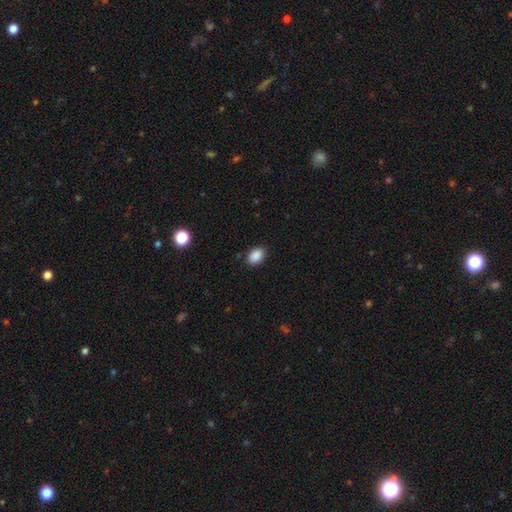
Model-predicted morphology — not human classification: smooth_or_featured: smooth (p=0.89) [alt: star or artifact p=0.09]
how_rounded: in between (p=0.78) [alt: round p=0.21]
merging: none (p=0.87) [alt: minor disturbance p=0.10]